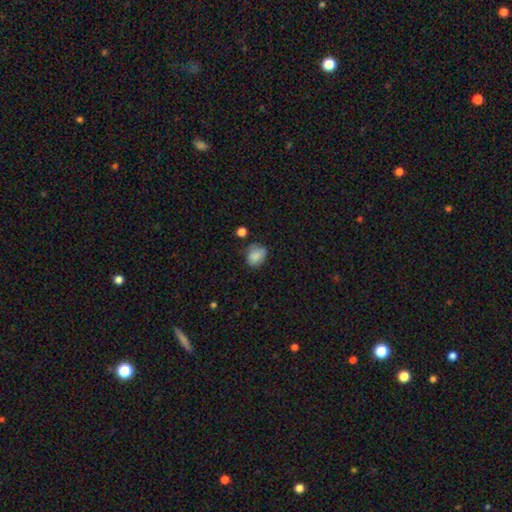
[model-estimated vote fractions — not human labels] Morphology: type=smooth (83%); roundness=in between (55%); merging=none (60%).